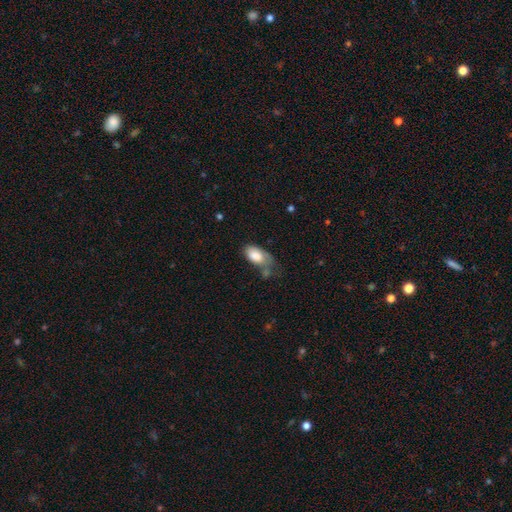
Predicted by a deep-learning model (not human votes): The model was most divided on "merging": minor disturbance: 33%, none: 32%, major disturbance: 23%, merger: 12%. More confident: how rounded — in between (93%); smooth or featured — smooth (81%).